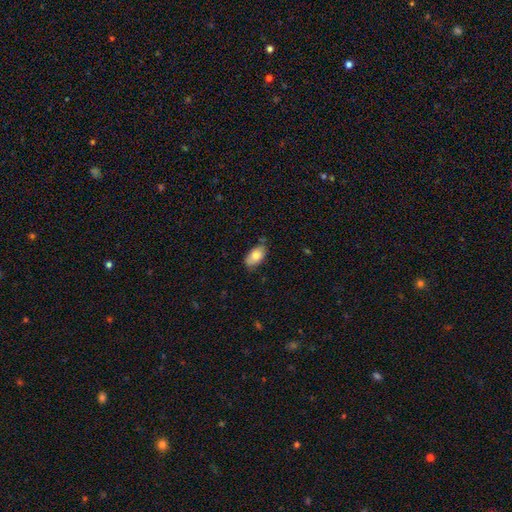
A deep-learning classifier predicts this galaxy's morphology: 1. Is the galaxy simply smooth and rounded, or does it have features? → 80% smooth, 13% featured or disk, 7% star or artifact.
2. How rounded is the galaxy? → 93% in between, 4% round, 3% cigar-shaped.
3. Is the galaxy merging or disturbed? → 70% none, 24% minor disturbance, 4% major disturbance, 2% merger.